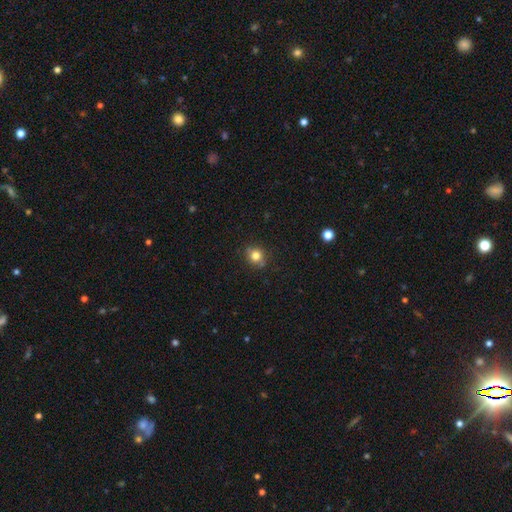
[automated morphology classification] Smooth or featured?
  - smooth: 80% *
  - star or artifact: 13%
  - featured or disk: 8%
How rounded?
  - round: 86% *
  - in between: 13%
  - cigar-shaped: 1%
Merging?
  - none: 81% *
  - minor disturbance: 13%
  - merger: 3%
  - major disturbance: 3%